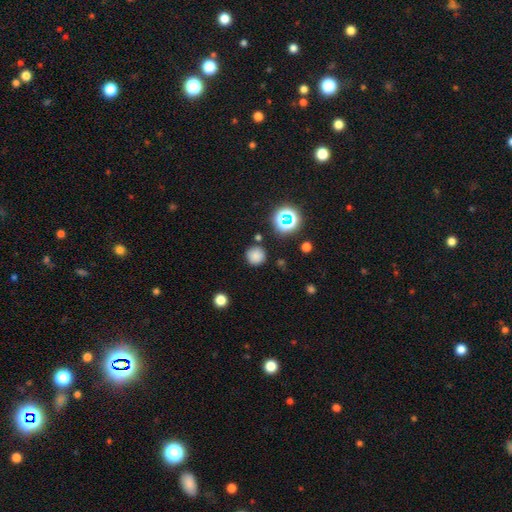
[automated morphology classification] A smooth galaxy with no disk features (77%) that is round (94%).

Vote fractions:
- Smooth or featured? smooth: 77% / star or artifact: 17% / featured or disk: 6%
- How rounded? round: 94% / in between: 5% / cigar-shaped: 1%
- Merging? none: 85% / minor disturbance: 9% / merger: 3% / major disturbance: 3%